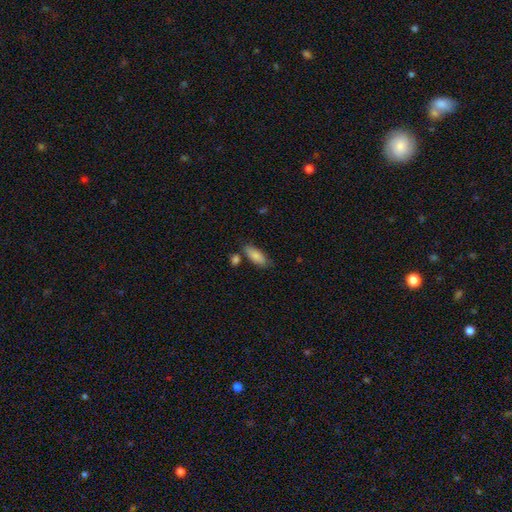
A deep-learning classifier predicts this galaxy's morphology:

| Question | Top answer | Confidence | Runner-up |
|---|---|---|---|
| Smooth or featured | smooth | 83% | featured or disk (10%) |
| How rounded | in between | 79% | cigar-shaped (19%) |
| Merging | none | 73% | minor disturbance (16%) |